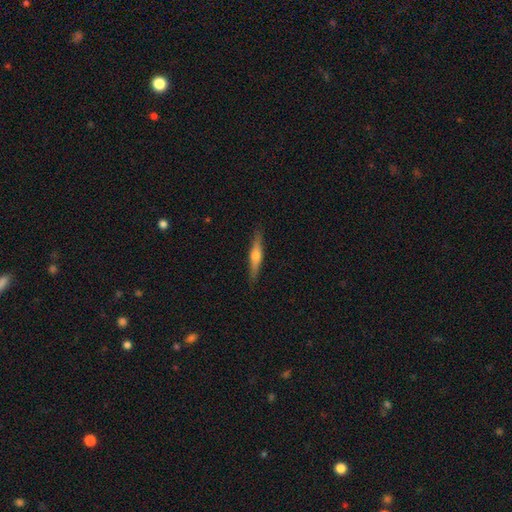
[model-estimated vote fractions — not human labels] smooth_or_featured: featured or disk (p=0.56) [alt: smooth p=0.38]
disk_edge_on: yes (p=0.96) [alt: no p=0.04]
edge_on_bulge: rounded (p=0.89) [alt: none p=0.06]
merging: none (p=0.89) [alt: minor disturbance p=0.08]